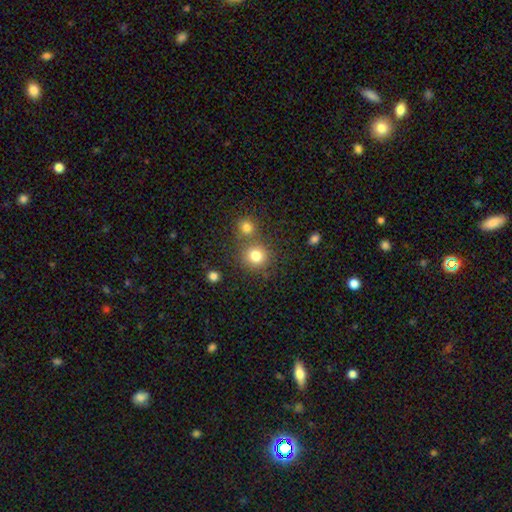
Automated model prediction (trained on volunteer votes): Q: Smooth or featured?
A: smooth (81%); runner-up: star or artifact (12%)
Q: How rounded?
A: round (89%); runner-up: in between (10%)
Q: Merging?
A: none (67%); runner-up: merger (21%)